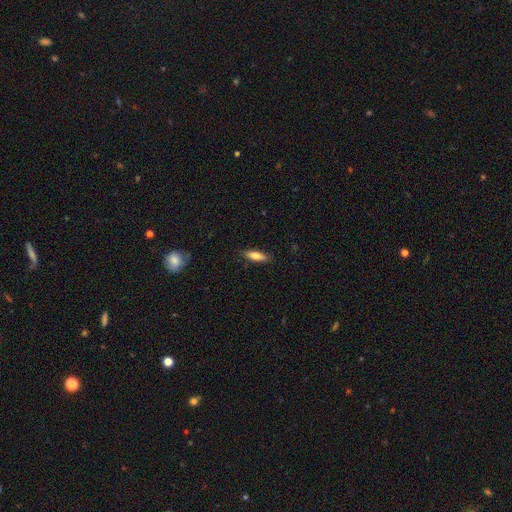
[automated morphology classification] This is likely a smooth galaxy (76%). How rounded: possibly cigar-shaped (50%). Merging: clearly none (87%).